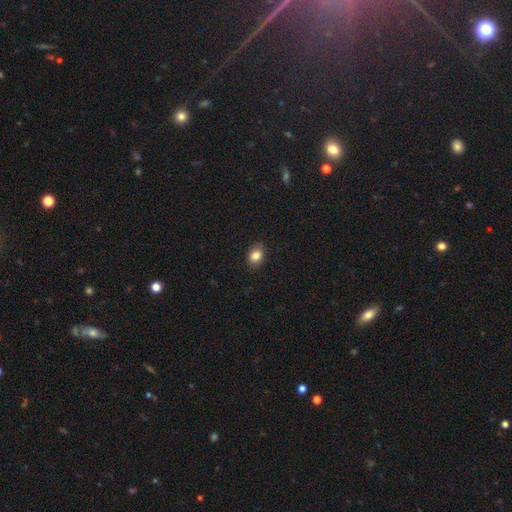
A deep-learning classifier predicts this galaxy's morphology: Q: Smooth or featured?
A: smooth (84%); runner-up: star or artifact (9%)
Q: How rounded?
A: in between (75%); runner-up: round (24%)
Q: Merging?
A: none (86%); runner-up: minor disturbance (10%)